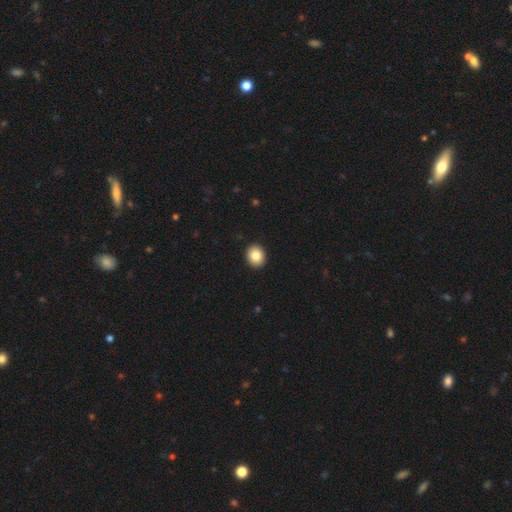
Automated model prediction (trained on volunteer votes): Smooth or featured? smooth (84%)
How rounded? round (71%)
Merging? none (93%)